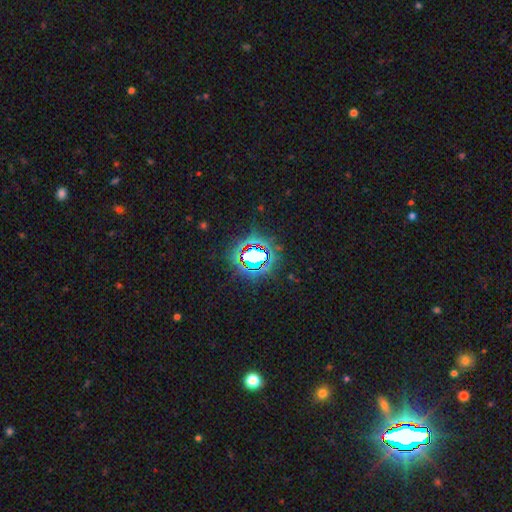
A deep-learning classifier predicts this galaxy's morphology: A star or artifact, not a galaxy (75%).

Vote fractions:
- Smooth or featured? star or artifact: 75% / smooth: 15% / featured or disk: 11%